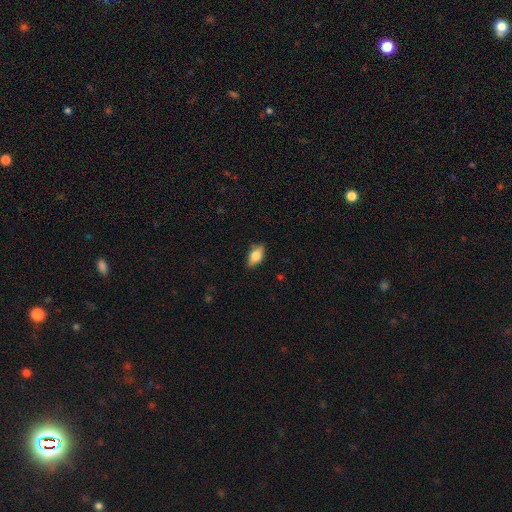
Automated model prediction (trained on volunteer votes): This appears to be a smooth galaxy with no disk features (79%) that is in between round and cigar-shaped (89%). Merging: none (83%).